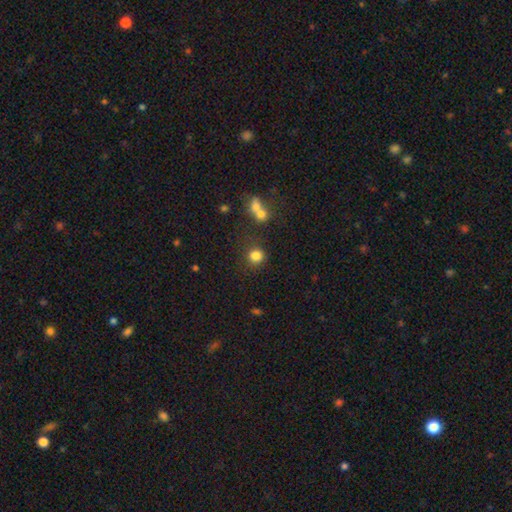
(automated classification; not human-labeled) Smooth or featured? smooth (82%)
How rounded? round (90%)
Merging? none (78%)